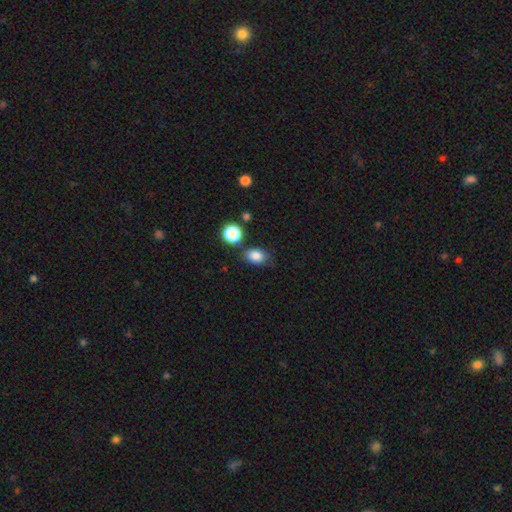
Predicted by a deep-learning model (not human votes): Smooth or featured: smooth — 84% (star or artifact — 10%)
How rounded: in between — 68% (round — 30%)
Merging: none — 69% (minor disturbance — 18%)